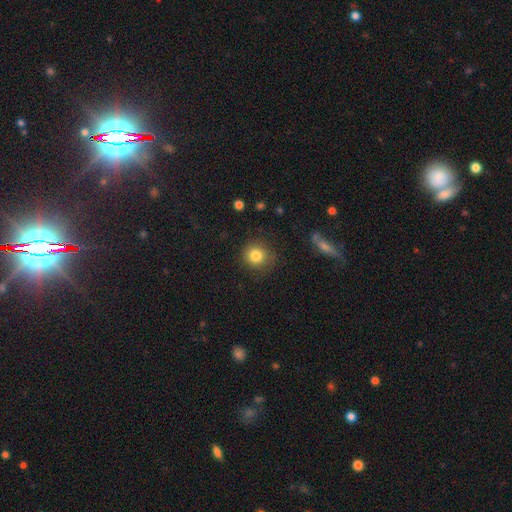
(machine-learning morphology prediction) Smooth or featured: smooth — 83% (star or artifact — 11%)
How rounded: round — 89% (in between — 10%)
Merging: none — 84% (minor disturbance — 11%)